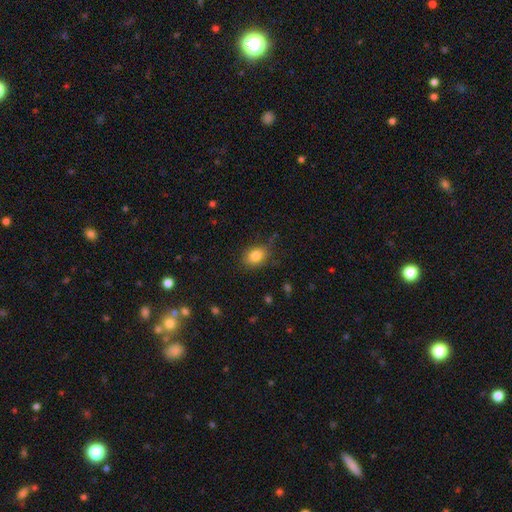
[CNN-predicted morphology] Smooth or featured: smooth — 83% (star or artifact — 9%)
How rounded: in between — 69% (round — 30%)
Merging: none — 76% (minor disturbance — 18%)